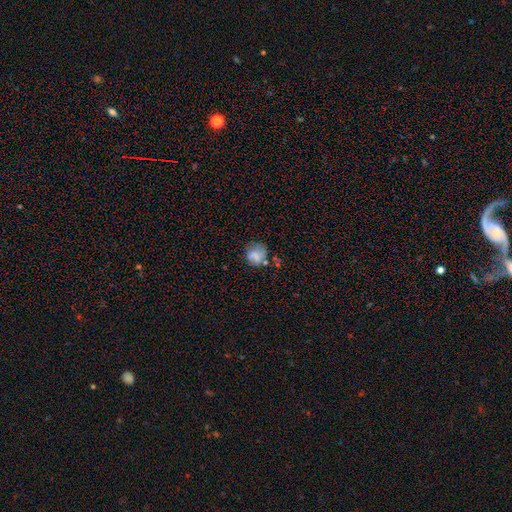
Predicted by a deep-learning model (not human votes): This is likely a smooth galaxy (73%). How rounded: likely round (75%). Merging: possibly none (52%).